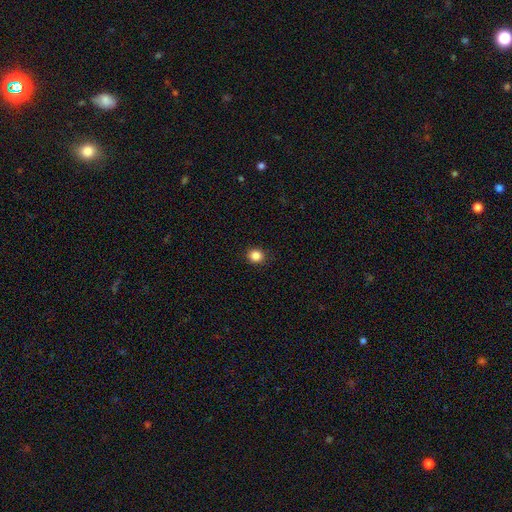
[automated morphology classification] type=smooth (86%); roundness=round (85%); merging=none (91%).